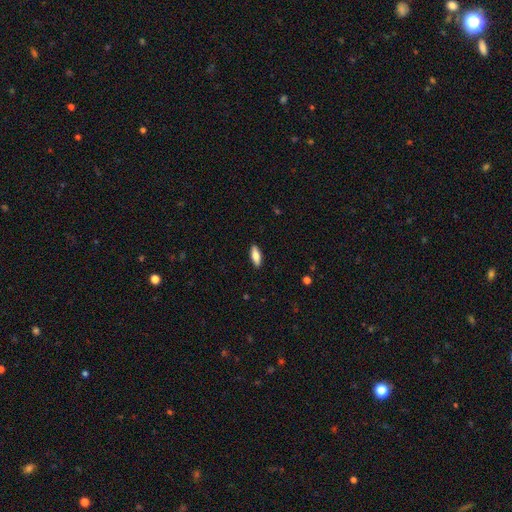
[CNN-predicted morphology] The model was most divided on "how rounded": in between: 68%, cigar-shaped: 30%, round: 2%. More confident: merging — none (90%); smooth or featured — smooth (75%).